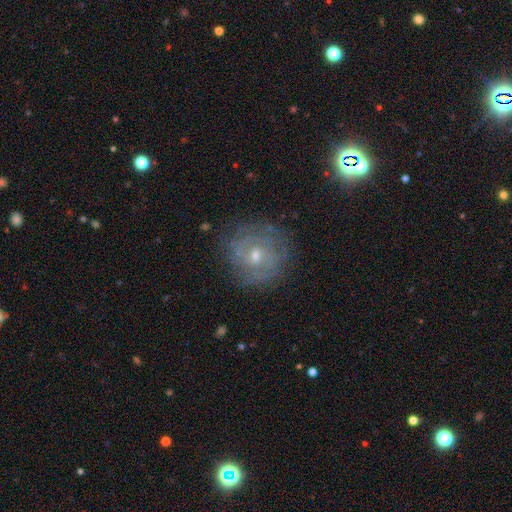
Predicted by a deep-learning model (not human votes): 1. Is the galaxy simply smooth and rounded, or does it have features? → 67% featured or disk, 23% smooth, 10% star or artifact.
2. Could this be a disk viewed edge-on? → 97% no, 3% yes.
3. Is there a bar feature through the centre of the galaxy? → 66% no, 29% weak, 5% strong.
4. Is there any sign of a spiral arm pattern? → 71% yes, 29% no.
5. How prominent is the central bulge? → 55% small, 41% moderate, 1% large, 1% none, 1% dominant.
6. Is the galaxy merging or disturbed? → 75% none, 16% minor disturbance, 7% major disturbance, 1% merger.